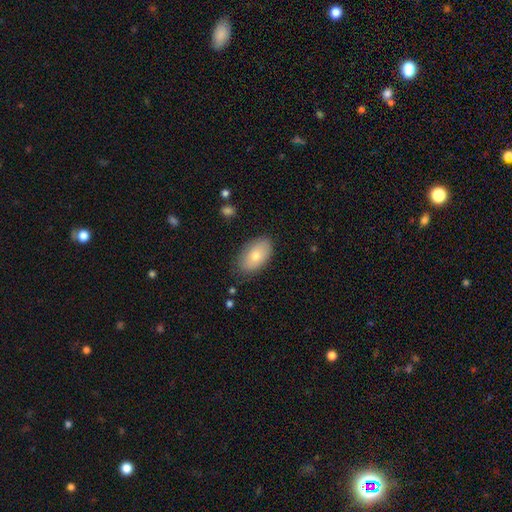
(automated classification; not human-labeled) Smooth or featured?
  - smooth: 72% *
  - featured or disk: 21%
  - star or artifact: 7%
How rounded?
  - in between: 92% *
  - round: 6%
  - cigar-shaped: 2%
Merging?
  - none: 82% *
  - minor disturbance: 14%
  - major disturbance: 3%
  - merger: 1%